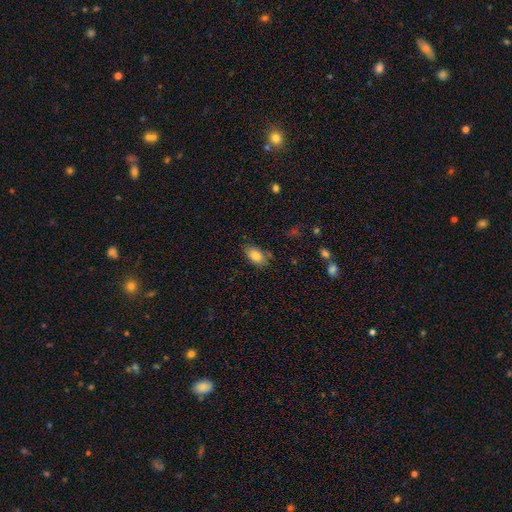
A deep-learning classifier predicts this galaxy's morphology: A smooth galaxy with no disk features (83%) that is in between round and cigar-shaped (90%).

Vote fractions:
- Smooth or featured? smooth: 83% / featured or disk: 9% / star or artifact: 8%
- How rounded? in between: 90% / round: 8% / cigar-shaped: 2%
- Merging? none: 77% / minor disturbance: 16% / major disturbance: 4% / merger: 3%